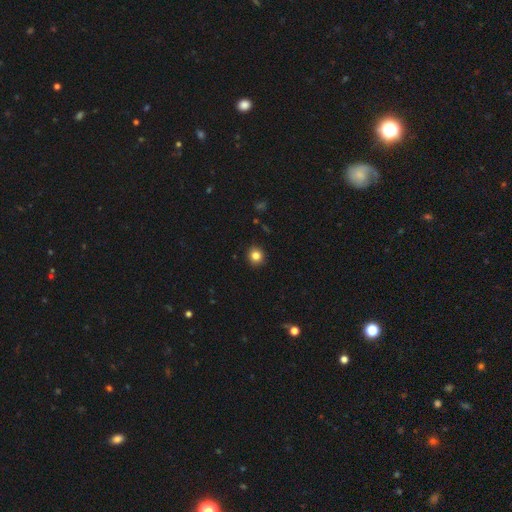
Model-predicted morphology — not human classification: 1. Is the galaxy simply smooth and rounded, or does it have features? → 84% smooth, 11% star or artifact, 5% featured or disk.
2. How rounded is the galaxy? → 87% round, 12% in between, 1% cigar-shaped.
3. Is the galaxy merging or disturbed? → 90% none, 7% minor disturbance, 2% major disturbance, 1% merger.